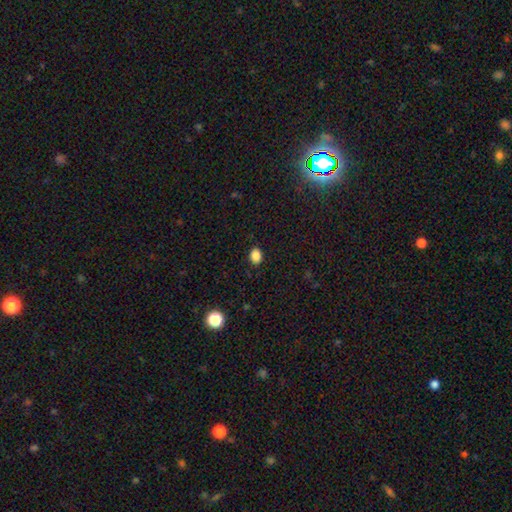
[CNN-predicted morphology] A smooth galaxy with no disk features (86%) that is in between round and cigar-shaped (66%). Merging: none (87%).